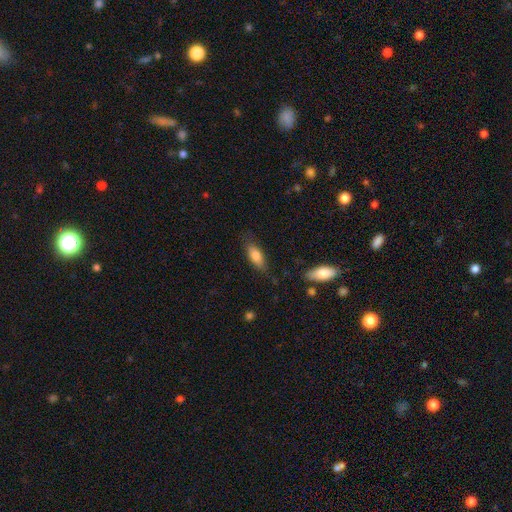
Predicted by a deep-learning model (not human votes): Smooth or featured?
  - smooth: 79% *
  - featured or disk: 15%
  - star or artifact: 7%
How rounded?
  - in between: 75% *
  - cigar-shaped: 23%
  - round: 3%
Merging?
  - none: 75% *
  - minor disturbance: 18%
  - major disturbance: 5%
  - merger: 2%